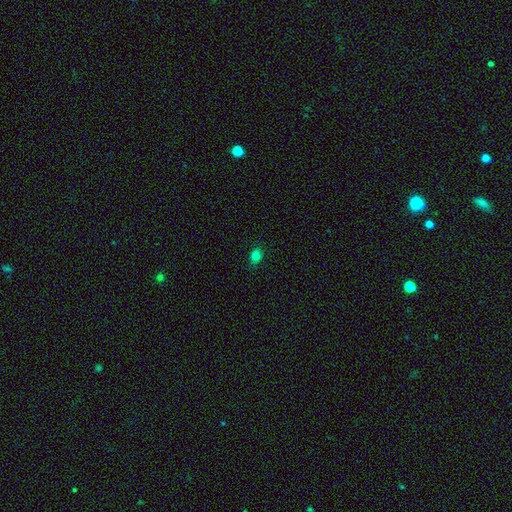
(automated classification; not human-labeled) Smooth or featured?
  - smooth: 79% *
  - star or artifact: 15%
  - featured or disk: 6%
How rounded?
  - in between: 53% *
  - round: 45%
  - cigar-shaped: 2%
Merging?
  - none: 84% *
  - minor disturbance: 13%
  - major disturbance: 2%
  - merger: 1%